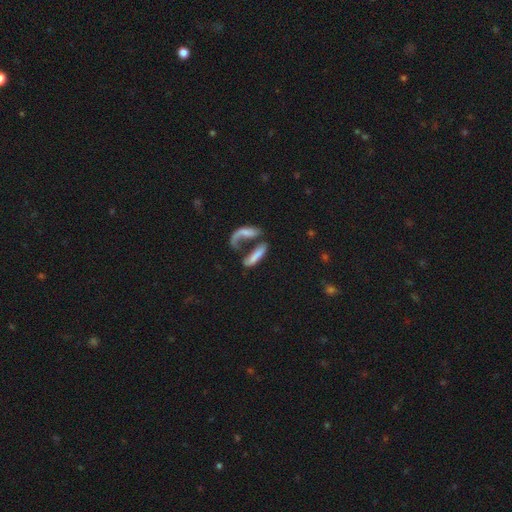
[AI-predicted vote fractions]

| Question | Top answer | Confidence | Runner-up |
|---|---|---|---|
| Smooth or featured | smooth | 56% | featured or disk (34%) |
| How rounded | cigar-shaped | 56% | in between (40%) |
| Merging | merger | 48% | none (22%) |